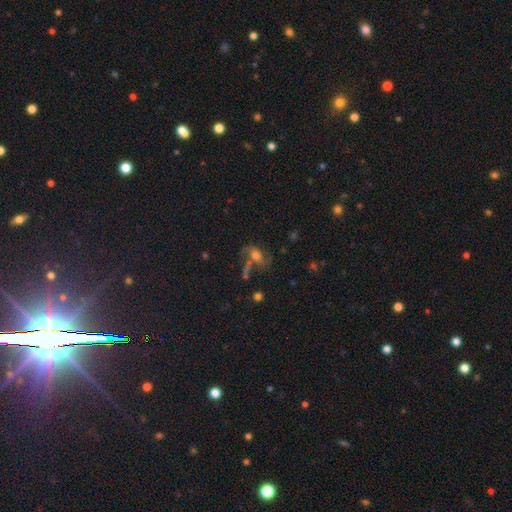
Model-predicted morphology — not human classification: Smooth or featured: smooth — 45% (featured or disk — 38%)
Merging: none — 34% (major disturbance — 28%)